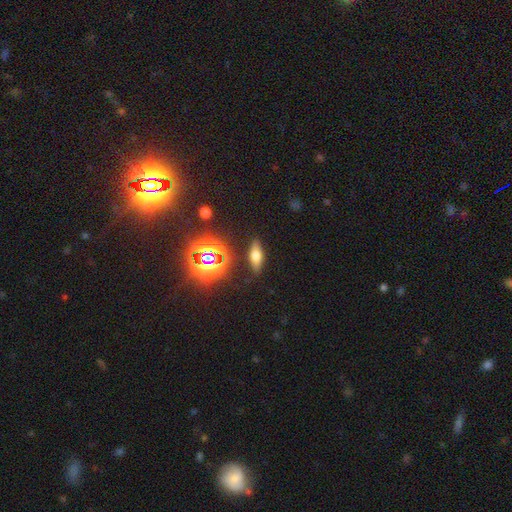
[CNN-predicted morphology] smooth 48%, featured or disk 32%, star or artifact 20%. Down the decision tree: merging — none (85%).